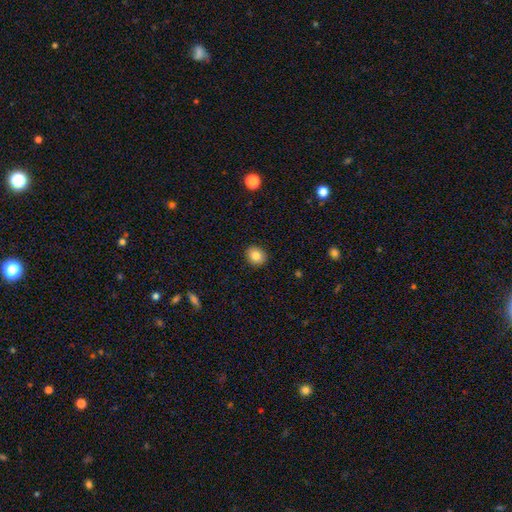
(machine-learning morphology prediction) Q: Smooth or featured?
A: smooth (83%); runner-up: star or artifact (9%)
Q: How rounded?
A: round (69%); runner-up: in between (30%)
Q: Merging?
A: none (91%); runner-up: minor disturbance (7%)